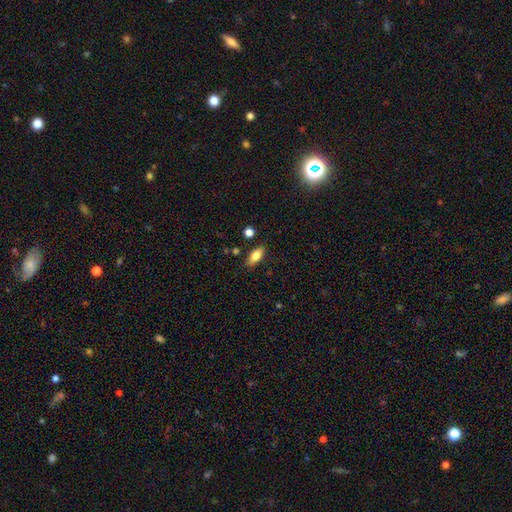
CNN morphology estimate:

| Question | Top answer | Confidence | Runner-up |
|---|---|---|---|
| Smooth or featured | smooth | 78% | featured or disk (14%) |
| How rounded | in between | 82% | cigar-shaped (15%) |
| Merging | none | 83% | minor disturbance (12%) |